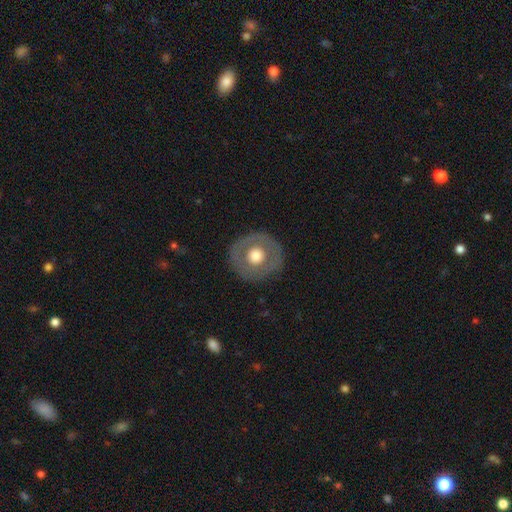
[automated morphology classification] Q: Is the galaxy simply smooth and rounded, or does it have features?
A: smooth — 54%.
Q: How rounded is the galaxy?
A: round — 92%.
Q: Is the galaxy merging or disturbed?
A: none — 85%.